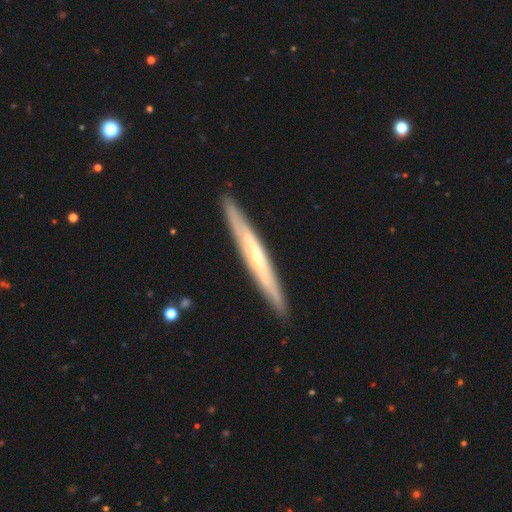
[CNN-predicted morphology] Smooth or featured? featured or disk (70%)
Edge-on disk? yes (88%)
Edge-on bulge? rounded (55%)
Merging? none (90%)